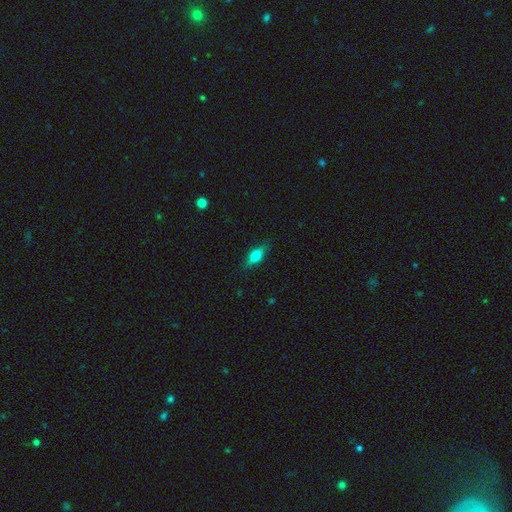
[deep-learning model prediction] Smooth or featured? Predicted: smooth (p=0.63). How rounded? Predicted: in between (p=0.69). Merging? Predicted: none (p=0.84).